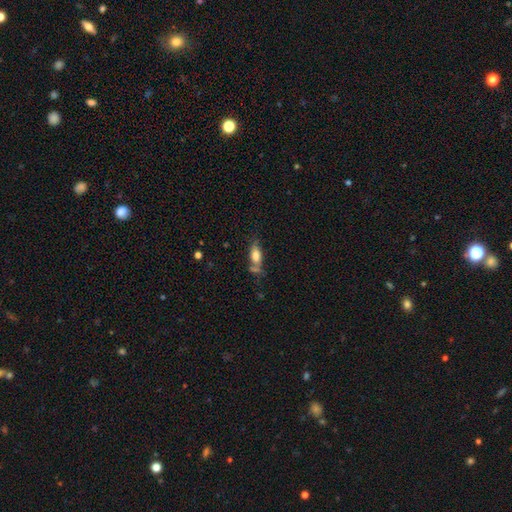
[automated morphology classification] A smooth galaxy with no disk features (68%) that is in between round and cigar-shaped (76%). Merging: none (49%).